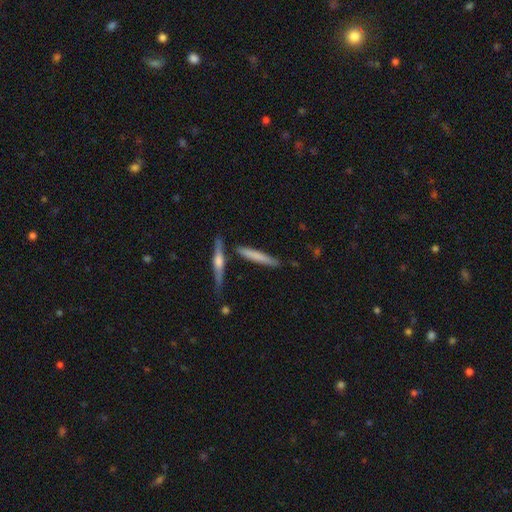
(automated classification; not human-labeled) A smooth galaxy with no disk features (60%) that is cigar-shaped (92%).

Vote fractions:
- Smooth or featured? smooth: 60% / featured or disk: 34% / star or artifact: 6%
- How rounded? cigar-shaped: 92% / in between: 6% / round: 2%
- Merging? none: 78% / minor disturbance: 11% / merger: 8% / major disturbance: 2%